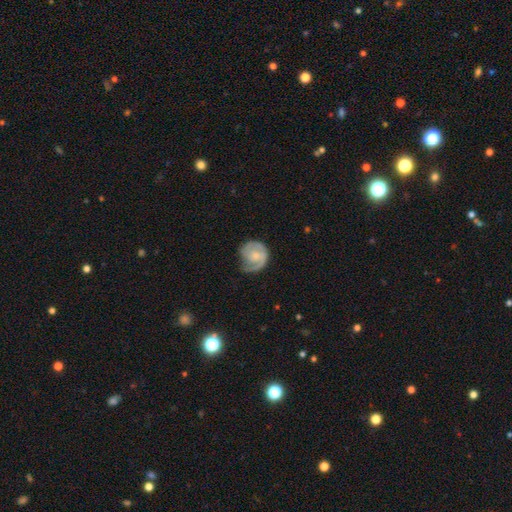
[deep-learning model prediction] The model was most divided on "bulge size": small: 40%, moderate: 33%, none: 20%, large: 6%, dominant: 2%. Remaining: edge-on disk — no (98%); spiral arms — yes (90%); bar — no (70%); smooth or featured — featured or disk (67%); merging — none (59%); spiral winding — tight (52%); spiral arm count — 2 (43%).